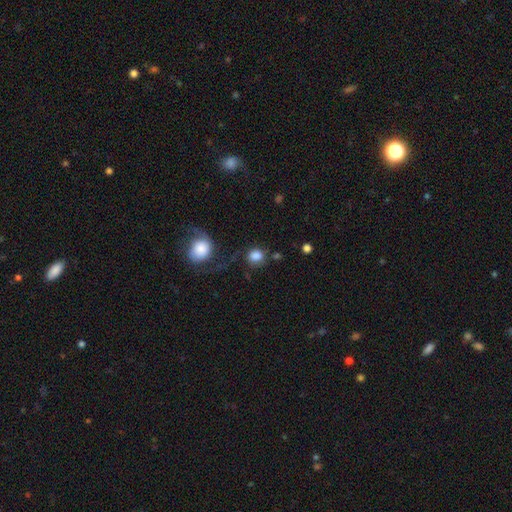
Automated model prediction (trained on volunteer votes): smooth_or_featured: smooth (p=0.83) [alt: featured or disk p=0.09]
how_rounded: round (p=0.80) [alt: in between p=0.18]
merging: none (p=0.60) [alt: minor disturbance p=0.16]